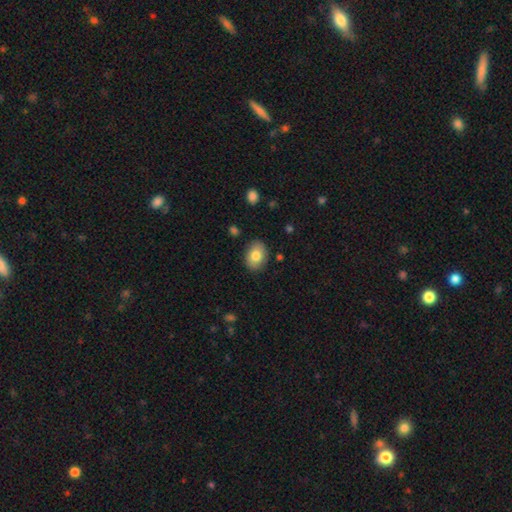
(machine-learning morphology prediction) smooth-or-featured: smooth: 80% | featured or disk: 13% | star or artifact: 8%
  how-rounded: in between: 69% | round: 30% | cigar-shaped: 1%
  merging: none: 85% | minor disturbance: 11% | major disturbance: 2% | merger: 1%